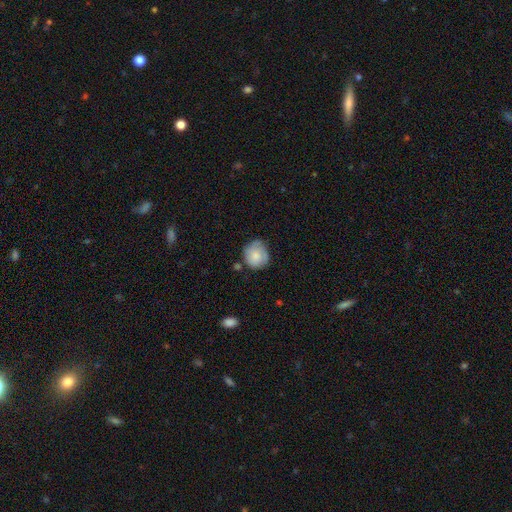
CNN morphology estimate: Overall: smooth (73%). How rounded: round (83%). Merging: none (63%; minor disturbance 27%).